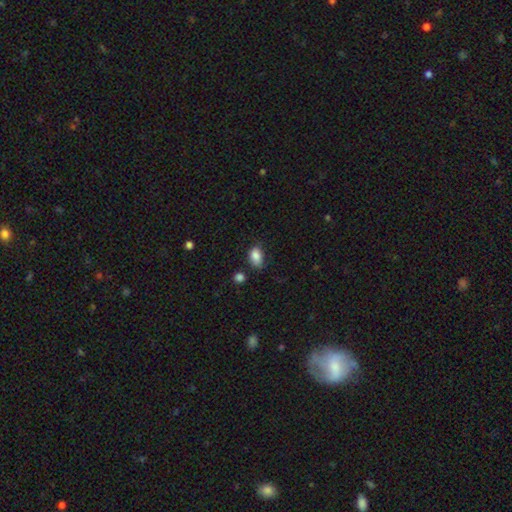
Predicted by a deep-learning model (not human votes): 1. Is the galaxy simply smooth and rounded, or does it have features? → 86% smooth, 8% star or artifact, 5% featured or disk.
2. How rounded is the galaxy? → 86% in between, 12% round, 2% cigar-shaped.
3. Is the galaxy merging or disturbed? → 60% none, 29% minor disturbance, 6% major disturbance, 4% merger.